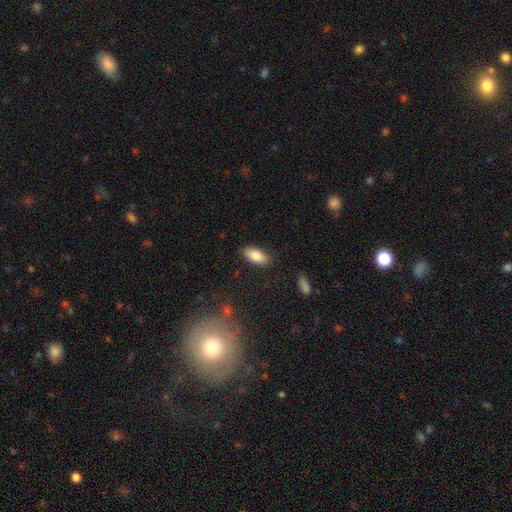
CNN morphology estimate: Smooth or featured? Predicted: smooth (p=0.83). How rounded? Predicted: in between (p=0.88). Merging? Predicted: none (p=0.87).